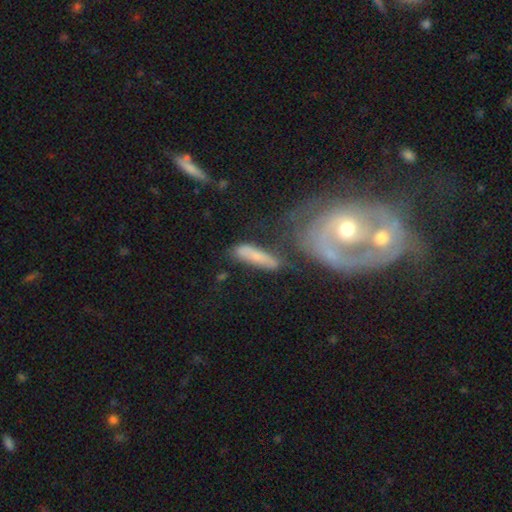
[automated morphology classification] smooth-or-featured: smooth: 52% | featured or disk: 40% | star or artifact: 8%
  how-rounded: cigar-shaped: 67% | in between: 29% | round: 4%
  merging: none: 51% | minor disturbance: 21% | merger: 17% | major disturbance: 11%